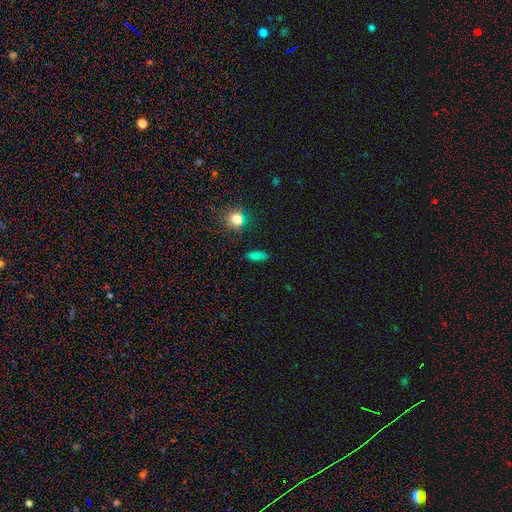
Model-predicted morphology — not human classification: smooth_or_featured: smooth (p=0.75) [alt: star or artifact p=0.19]
how_rounded: in between (p=0.67) [alt: cigar-shaped p=0.26]
merging: none (p=0.83) [alt: minor disturbance p=0.12]